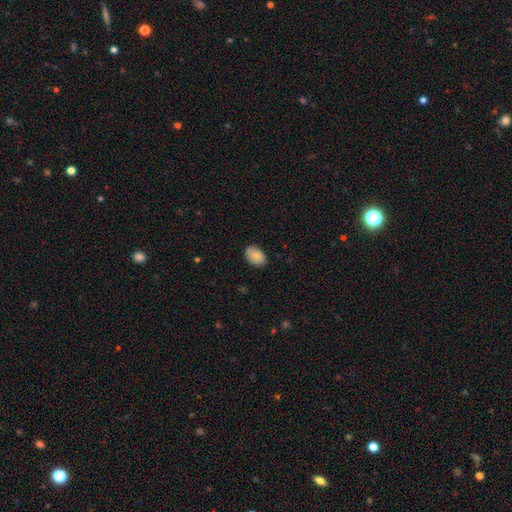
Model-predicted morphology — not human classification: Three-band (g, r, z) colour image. It shows a smooth galaxy with no disk features (82%) that is in between round and cigar-shaped (85%). Merging: none (82%).